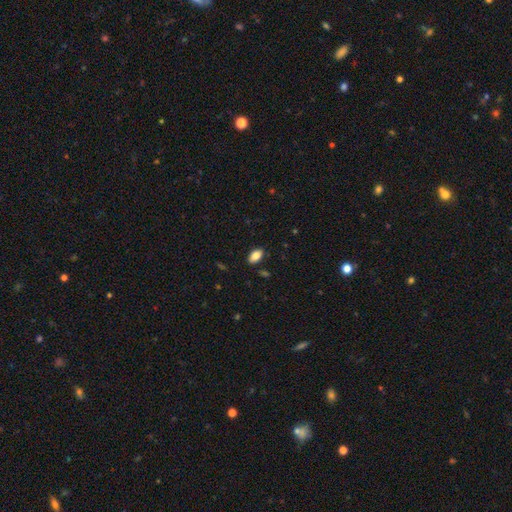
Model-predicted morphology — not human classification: This appears to be a smooth galaxy with no disk features (82%) that is in between round and cigar-shaped (92%). Merging: none (87%).